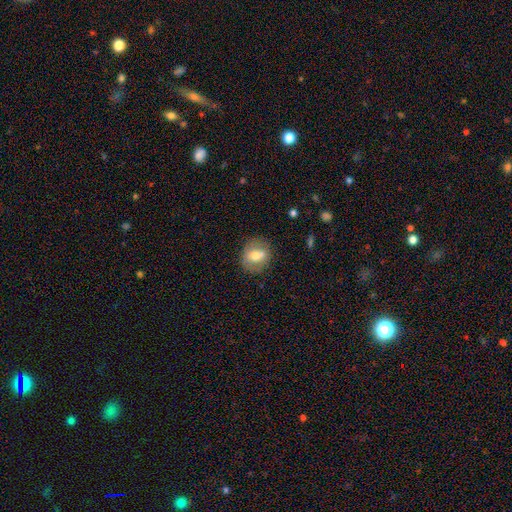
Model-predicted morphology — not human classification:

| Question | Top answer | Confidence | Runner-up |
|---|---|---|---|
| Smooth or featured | smooth | 62% | featured or disk (29%) |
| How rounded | round | 70% | in between (28%) |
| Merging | none | 73% | minor disturbance (15%) |